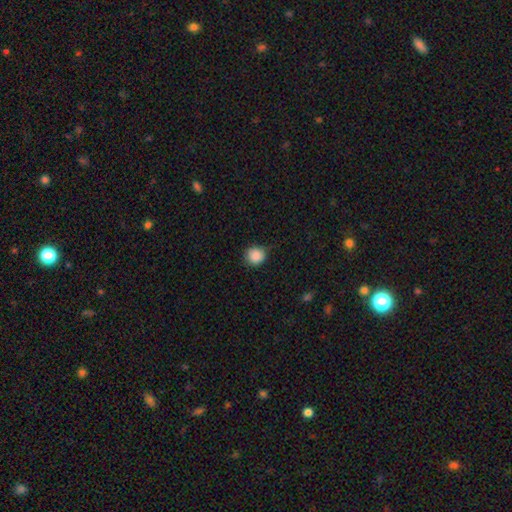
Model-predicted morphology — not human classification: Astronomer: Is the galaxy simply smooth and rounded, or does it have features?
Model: smooth — 88%.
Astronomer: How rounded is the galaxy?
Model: round — 92%.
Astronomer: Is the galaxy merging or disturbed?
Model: none — 79%.